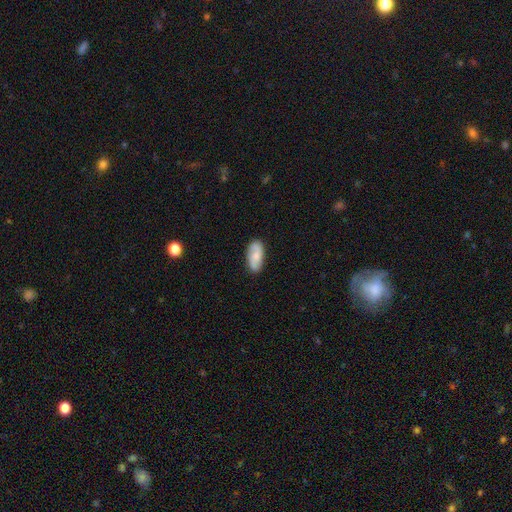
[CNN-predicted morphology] smooth_or_featured: smooth (p=0.60) [alt: featured or disk p=0.34]
how_rounded: in between (p=0.90) [alt: cigar-shaped p=0.07]
merging: none (p=0.83) [alt: minor disturbance p=0.13]